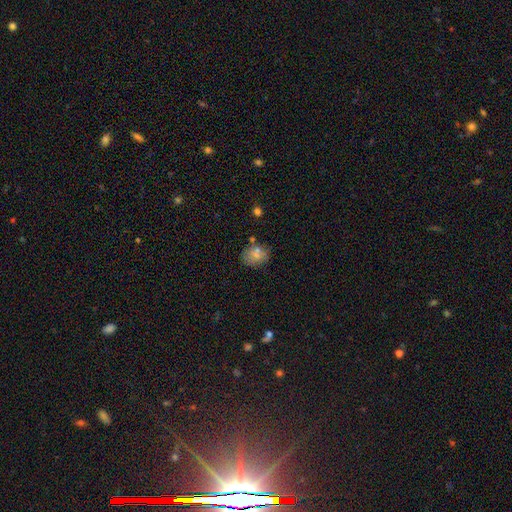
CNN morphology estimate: Q: Smooth or featured?
A: smooth (67%); runner-up: star or artifact (19%)
Q: How rounded?
A: round (50%); runner-up: in between (48%)
Q: Merging?
A: none (73%); runner-up: minor disturbance (17%)